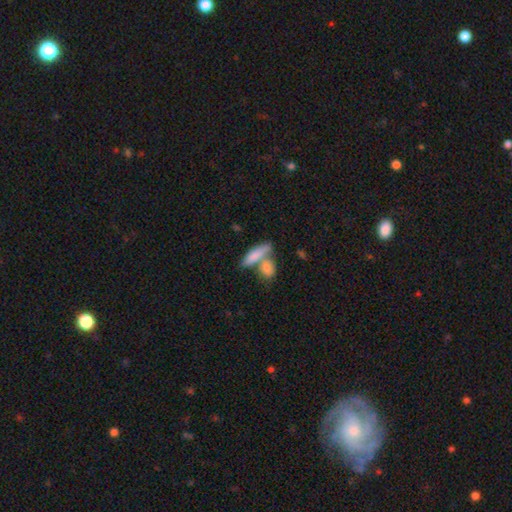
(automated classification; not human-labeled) A smooth galaxy with no disk features (78%) that is cigar-shaped (49%).

Vote fractions:
- Smooth or featured? smooth: 78% / featured or disk: 16% / star or artifact: 6%
- How rounded? cigar-shaped: 49% / in between: 47% / round: 4%
- Merging? merger: 44% / none: 42% / minor disturbance: 10% / major disturbance: 4%